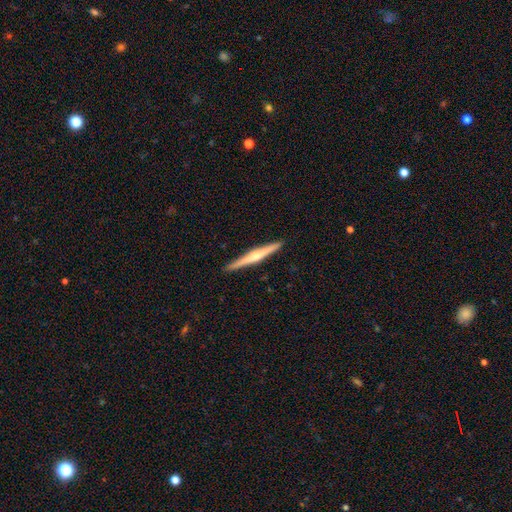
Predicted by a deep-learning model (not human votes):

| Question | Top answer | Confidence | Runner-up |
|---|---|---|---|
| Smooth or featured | featured or disk | 65% | smooth (30%) |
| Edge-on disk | yes | 98% | no (2%) |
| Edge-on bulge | rounded | 74% | none (18%) |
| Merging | none | 92% | minor disturbance (6%) |